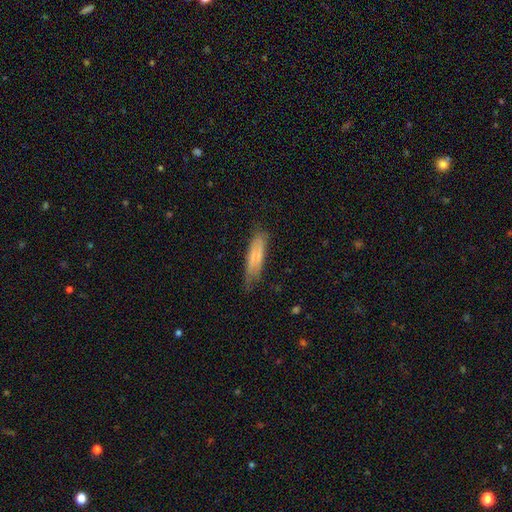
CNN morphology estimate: Overall: smooth (64%; featured or disk 28%). How rounded: cigar-shaped (72%). Merging: none (62%; minor disturbance 29%).